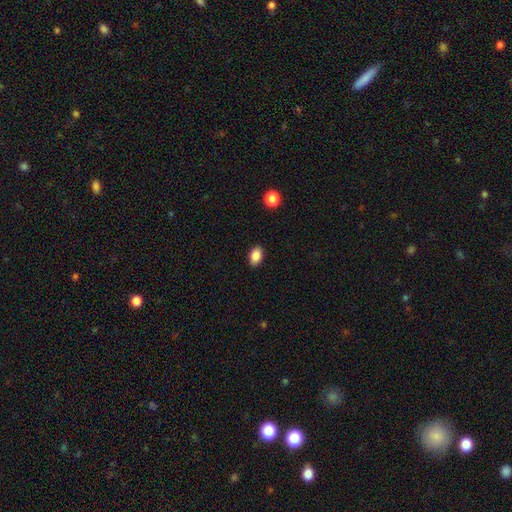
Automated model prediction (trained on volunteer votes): Morphology: type=smooth (87%); roundness=in between (88%); merging=none (89%).